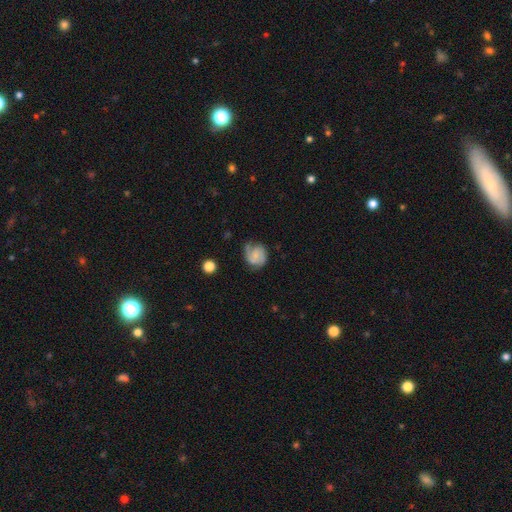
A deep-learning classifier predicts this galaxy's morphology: smooth-or-featured: featured or disk: 64% | smooth: 29% | star or artifact: 7%
  disk-edge-on: no: 98% | yes: 2%
    bar: no: 59% | weak: 34% | strong: 6%
    has-spiral-arms: yes: 91% | no: 9%
      spiral-winding: medium: 42% | tight: 39% | loose: 18%
      spiral-arm-count: 2: 58% | 1: 18% | can't tell: 14% | 3: 7% | 4: 2% | more than 4: 2%
    bulge-size: small: 58% | none: 20% | moderate: 19% | large: 2% | dominant: 1%
  merging: none: 60% | minor disturbance: 26% | major disturbance: 13% | merger: 2%